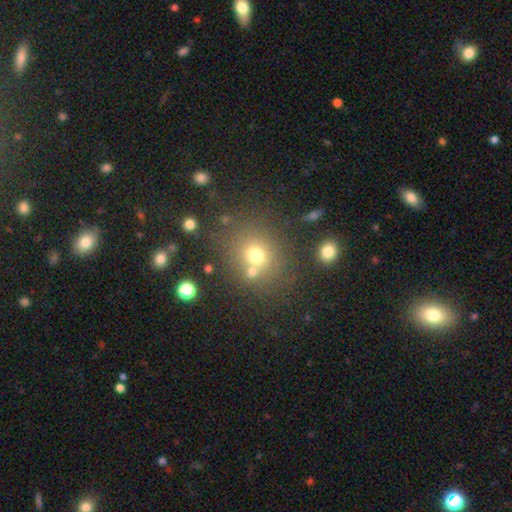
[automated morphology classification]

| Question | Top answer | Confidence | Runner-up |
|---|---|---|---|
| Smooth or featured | smooth | 68% | star or artifact (19%) |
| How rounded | round | 76% | in between (23%) |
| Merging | none | 66% | merger (18%) |